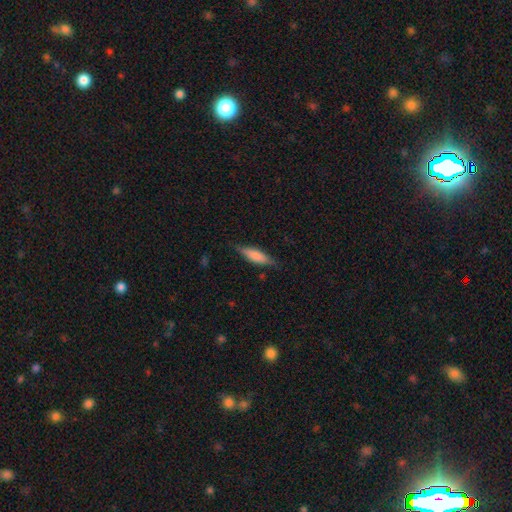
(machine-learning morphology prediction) This is likely a smooth galaxy (71%). How rounded: possibly cigar-shaped (59%). Merging: likely none (78%).